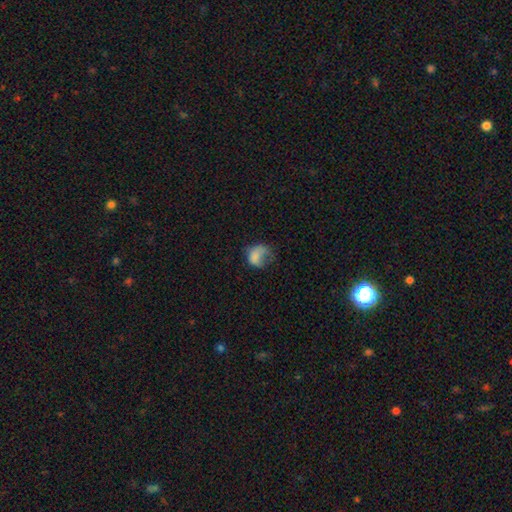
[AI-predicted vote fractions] Q: Smooth or featured?
A: smooth (69%); runner-up: featured or disk (20%)
Q: How rounded?
A: in between (52%); runner-up: round (47%)
Q: Merging?
A: major disturbance (45%); runner-up: none (26%)